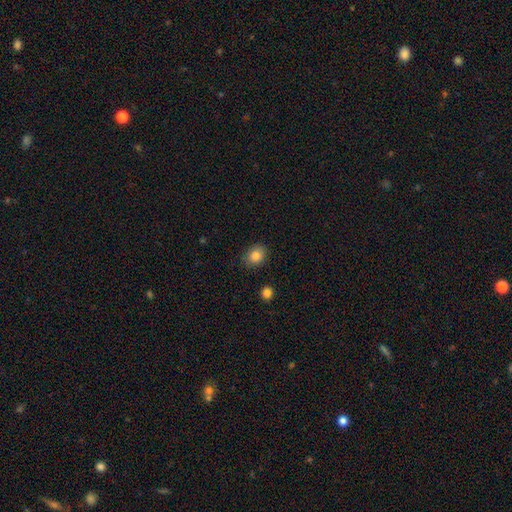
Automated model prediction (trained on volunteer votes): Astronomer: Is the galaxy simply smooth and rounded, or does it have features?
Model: smooth — 84%.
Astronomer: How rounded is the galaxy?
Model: round — 53% (runner-up: in between, 46%).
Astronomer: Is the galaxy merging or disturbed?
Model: none — 86%.